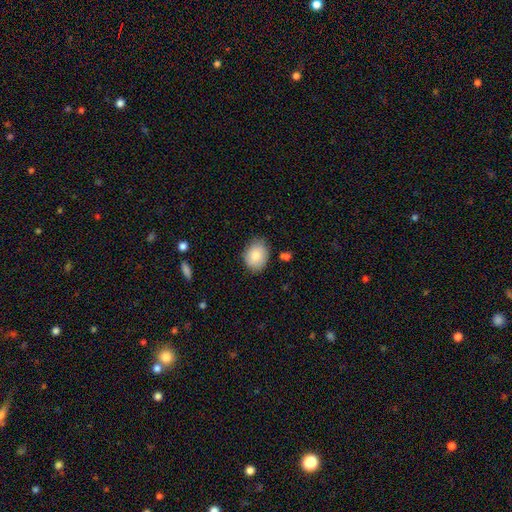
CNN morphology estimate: Q: Smooth or featured?
A: smooth (85%); runner-up: featured or disk (8%)
Q: How rounded?
A: in between (58%); runner-up: round (41%)
Q: Merging?
A: none (78%); runner-up: minor disturbance (16%)